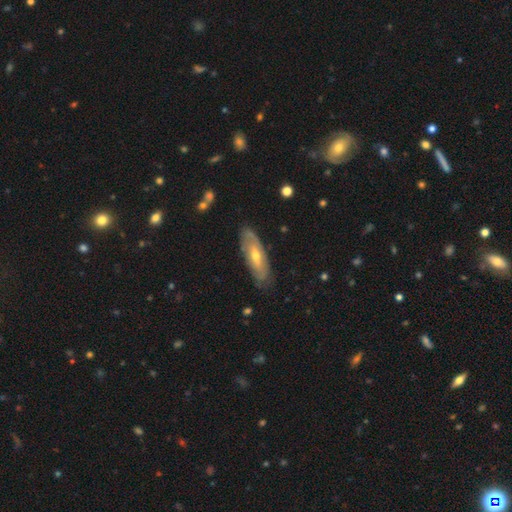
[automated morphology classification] Smooth or featured?
  - featured or disk: 62% *
  - smooth: 32%
  - star or artifact: 6%
Edge-on disk?
  - no: 70% *
  - yes: 30%
Merging?
  - none: 81% *
  - minor disturbance: 15%
  - major disturbance: 3%
  - merger: 1%